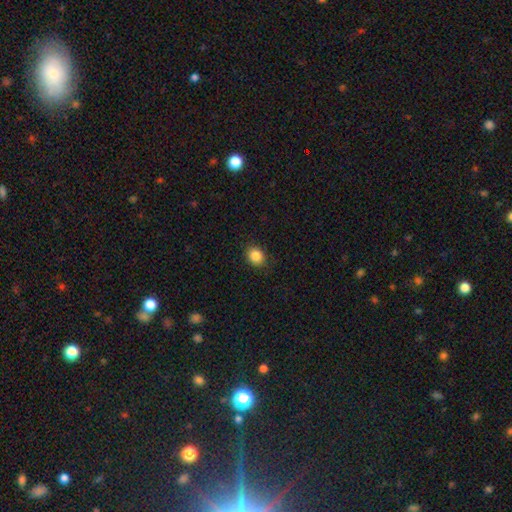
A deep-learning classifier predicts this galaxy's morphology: This appears to be a smooth galaxy with no disk features (87%) that is round (60%). Merging: none (88%).